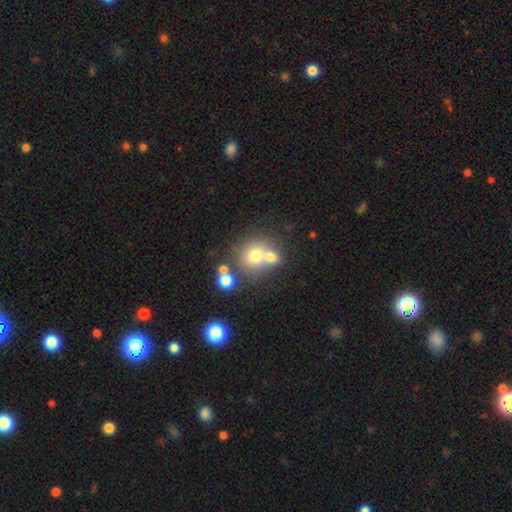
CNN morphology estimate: The model was most divided on "merging": merger: 47%, none: 41%, minor disturbance: 8%, major disturbance: 4%. More confident: how rounded — round (80%); smooth or featured — smooth (68%).